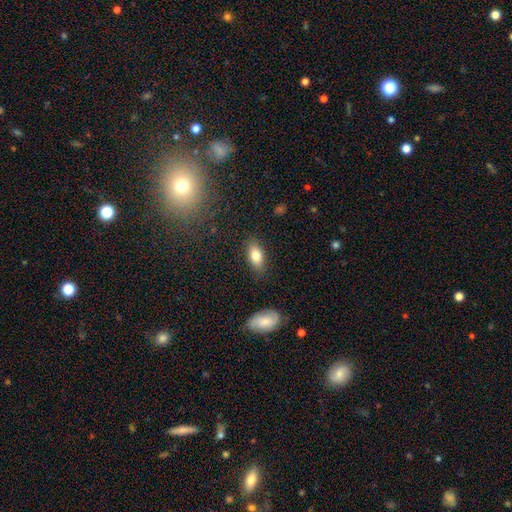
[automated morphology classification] smooth_or_featured: smooth (p=0.80) [alt: featured or disk p=0.12]
how_rounded: in between (p=0.88) [alt: cigar-shaped p=0.08]
merging: none (p=0.84) [alt: minor disturbance p=0.11]